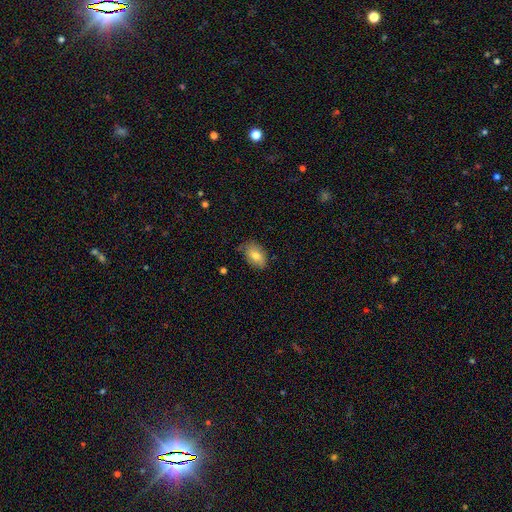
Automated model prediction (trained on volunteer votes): This is likely a smooth galaxy (76%). How rounded: clearly in between (90%). Merging: likely none (75%).